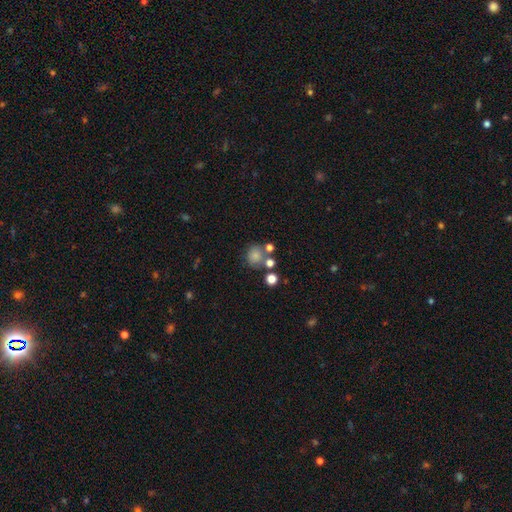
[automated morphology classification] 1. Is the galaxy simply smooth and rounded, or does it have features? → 76% smooth, 14% star or artifact, 10% featured or disk.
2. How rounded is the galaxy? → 82% round, 17% in between, 1% cigar-shaped.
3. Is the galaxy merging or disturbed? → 61% none, 21% merger, 12% minor disturbance, 5% major disturbance.